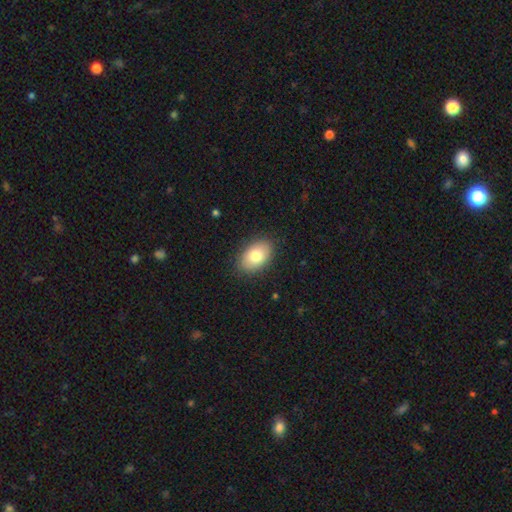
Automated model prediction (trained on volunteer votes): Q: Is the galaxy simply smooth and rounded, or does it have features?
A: smooth — 81%.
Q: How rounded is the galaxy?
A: in between — 90%.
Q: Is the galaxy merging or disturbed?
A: none — 87%.